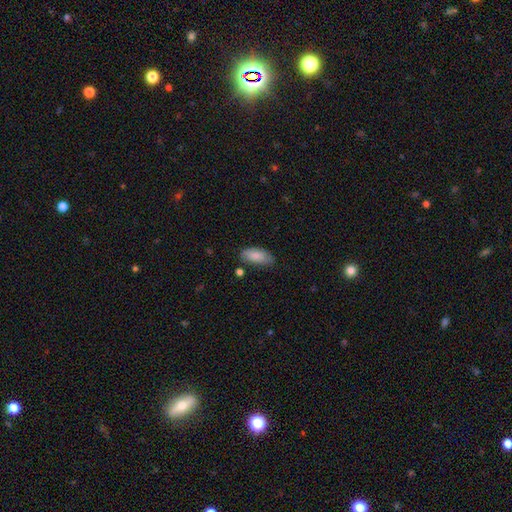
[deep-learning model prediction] The model was most divided on "merging": none: 71%, minor disturbance: 21%, major disturbance: 4%, merger: 3%. More confident: how rounded — in between (88%); smooth or featured — smooth (84%).